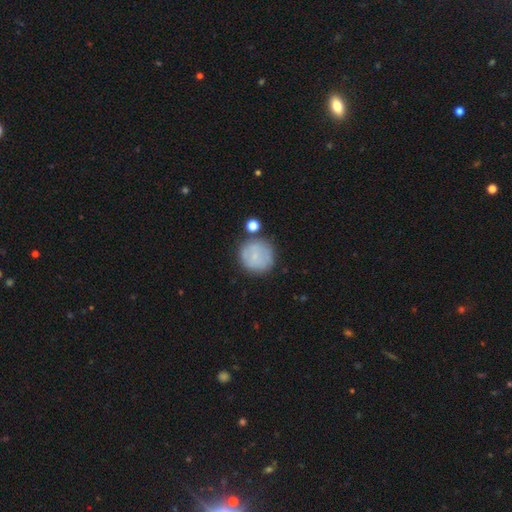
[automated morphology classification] A smooth galaxy with no disk features (73%) that is round (93%). Merging: none (71%).